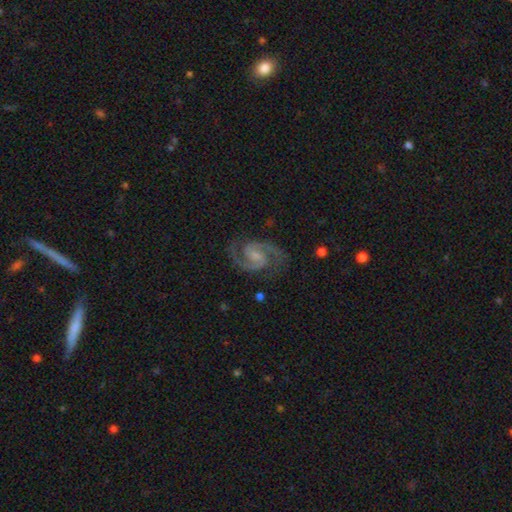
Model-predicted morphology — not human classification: Smooth or featured? featured or disk (93%)
Edge-on disk? no (98%)
Bar? weak (50%)
Spiral arms? yes (99%)
Spiral winding? medium (64%)
Spiral arm count? 2 (95%)
Bulge size? small (53%)
Merging? none (83%)